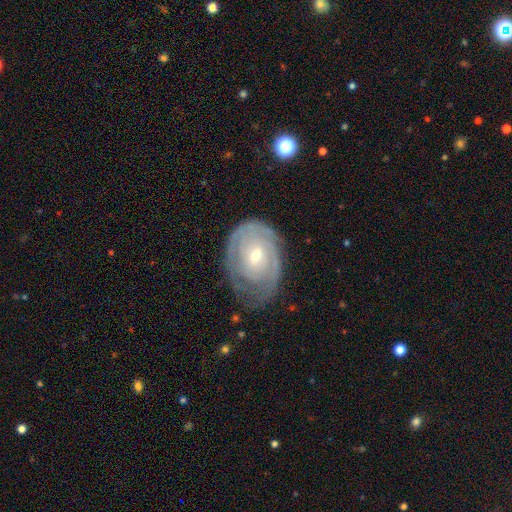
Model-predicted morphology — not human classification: featured or disk 79%, smooth 15%, star or artifact 6%. Down the decision tree: edge-on disk — no (96%); bar — no (62%); spiral arms — yes (87%); spiral arm count — can't tell (45%); spiral winding — tight (75%); bulge size — small (58%); merging — none (60%).